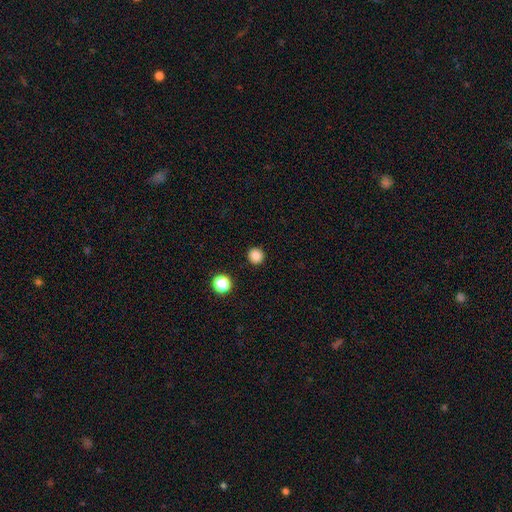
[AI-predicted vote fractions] smooth-or-featured: smooth: 85% | star or artifact: 12% | featured or disk: 3%
  how-rounded: round: 95% | in between: 4% | cigar-shaped: 1%
  merging: none: 92% | minor disturbance: 5% | major disturbance: 2% | merger: 1%